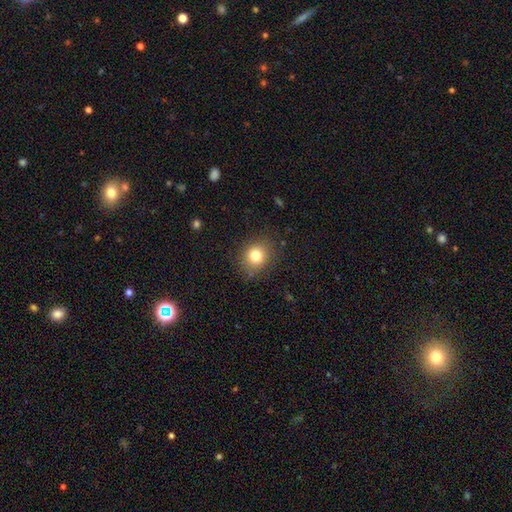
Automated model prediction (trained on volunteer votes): Smooth or featured? smooth (79%)
How rounded? round (73%)
Merging? none (84%)